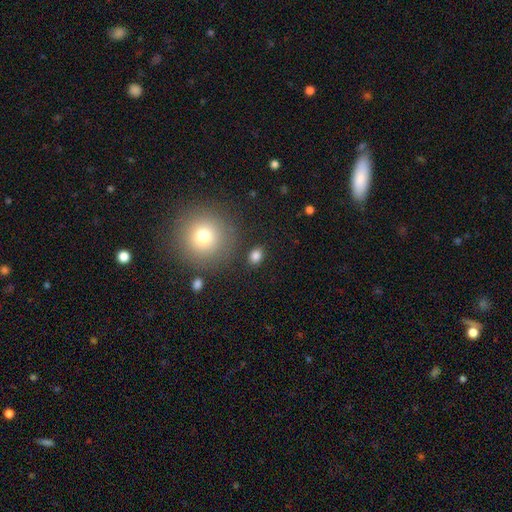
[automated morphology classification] type=smooth (83%); roundness=in between (54%); merging=none (84%).